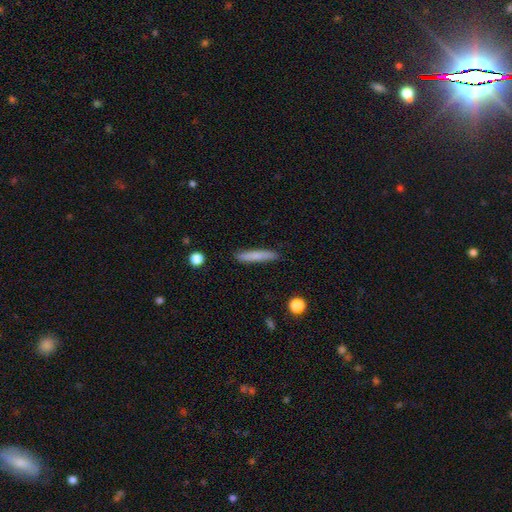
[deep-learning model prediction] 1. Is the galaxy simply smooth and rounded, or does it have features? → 75% smooth, 18% featured or disk, 6% star or artifact.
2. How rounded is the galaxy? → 93% cigar-shaped, 6% in between, 1% round.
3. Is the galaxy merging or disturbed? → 89% none, 8% minor disturbance, 2% major disturbance, 1% merger.